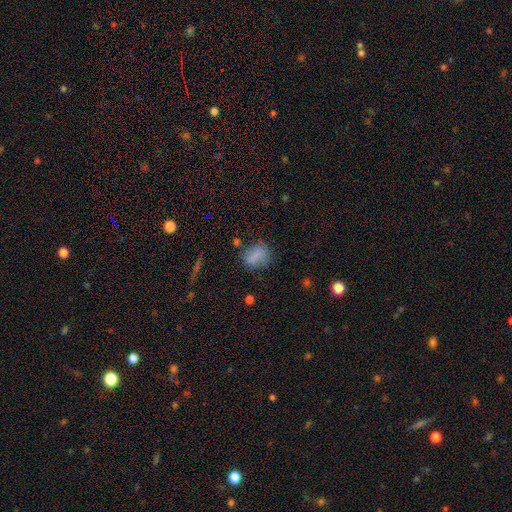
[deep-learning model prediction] smooth-or-featured: smooth: 72% | featured or disk: 14% | star or artifact: 13%
  how-rounded: in between: 60% | round: 37% | cigar-shaped: 3%
  merging: none: 55% | minor disturbance: 25% | major disturbance: 14% | merger: 6%